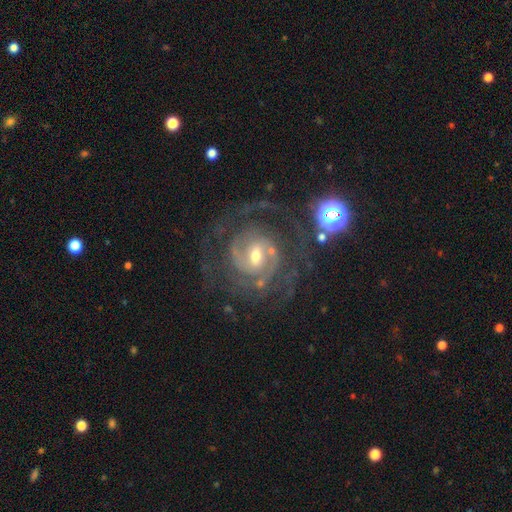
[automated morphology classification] Overall: featured or disk (87%). Edge-on disk: no (97%). Bar: weak (50%; no 27%). Spiral arms: yes (96%). Spiral arm count: 2 (43%; can't tell 23%). Spiral winding: tight (63%; medium 30%). Bulge size: moderate (48%; small 46%). Merging: none (72%).